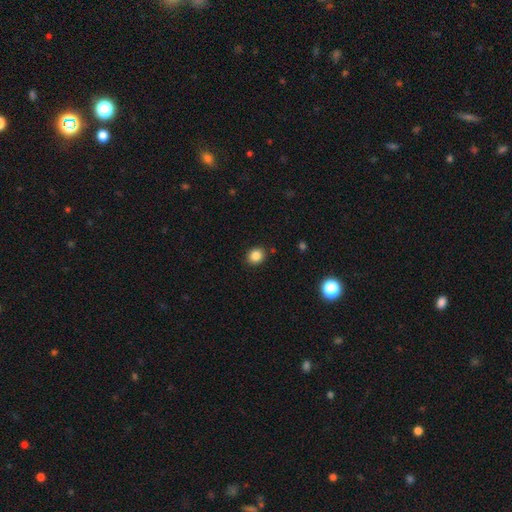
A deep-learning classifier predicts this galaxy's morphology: smooth 85%, star or artifact 11%, featured or disk 4%. Down the decision tree: how rounded — round (81%); merging — none (90%).